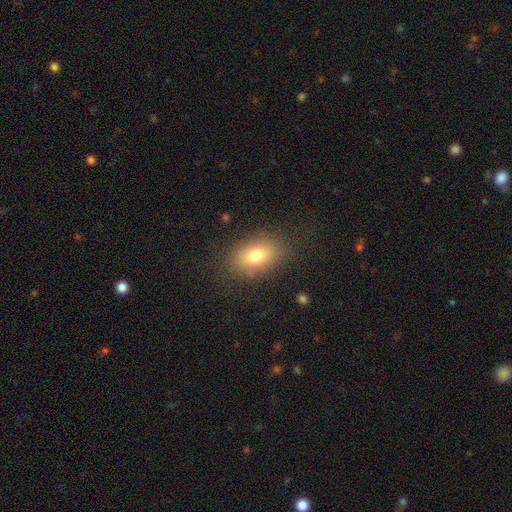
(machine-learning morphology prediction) This is likely a smooth galaxy (76%). How rounded: clearly in between (81%). Merging: clearly none (82%).